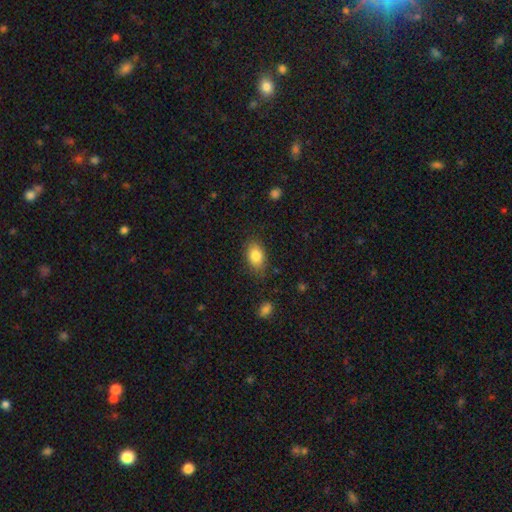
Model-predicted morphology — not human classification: Smooth or featured?
  - smooth: 84% *
  - featured or disk: 8%
  - star or artifact: 8%
How rounded?
  - in between: 85% *
  - round: 13%
  - cigar-shaped: 2%
Merging?
  - none: 80% *
  - minor disturbance: 15%
  - major disturbance: 4%
  - merger: 2%